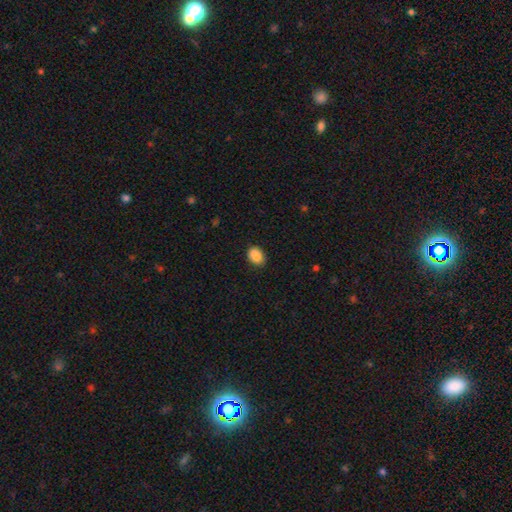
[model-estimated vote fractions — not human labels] Overall: smooth (88%). How rounded: in between (73%). Merging: none (81%).